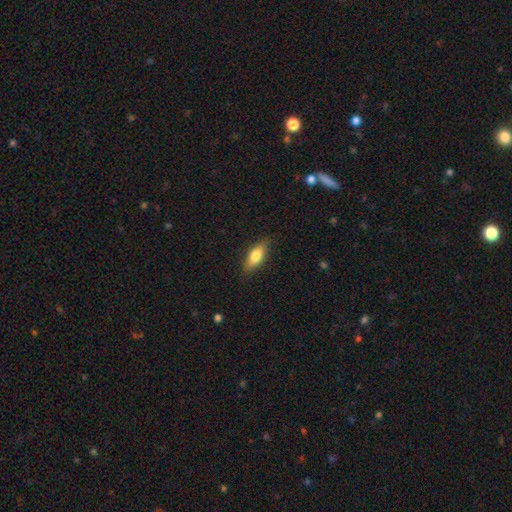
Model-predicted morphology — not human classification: type=smooth (76%); roundness=in between (75%); merging=none (84%).